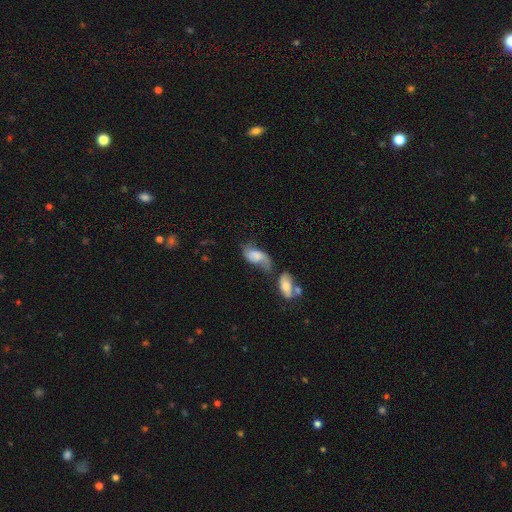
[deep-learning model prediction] Overall: featured or disk (49%; smooth 42%). Merging: merger (37%; none 26%).